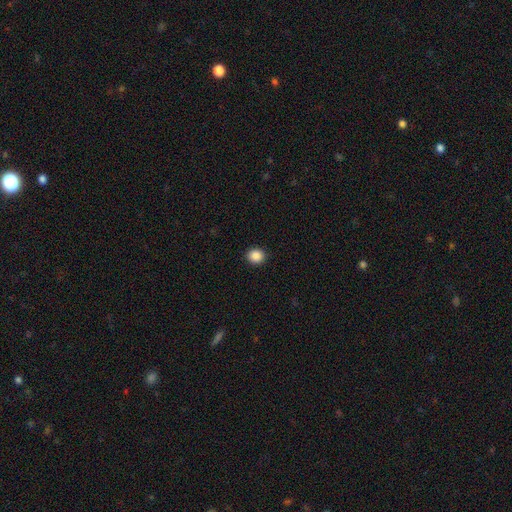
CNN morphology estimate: smooth_or_featured: smooth (p=0.88) [alt: star or artifact p=0.09]
how_rounded: round (p=0.81) [alt: in between p=0.18]
merging: none (p=0.92) [alt: minor disturbance p=0.06]